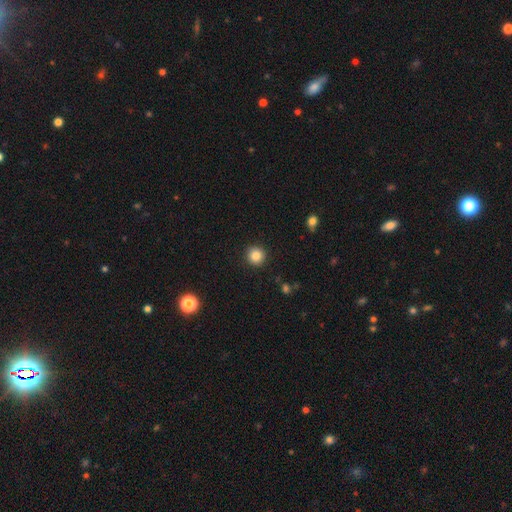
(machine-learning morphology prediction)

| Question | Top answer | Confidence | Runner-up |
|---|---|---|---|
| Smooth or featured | smooth | 85% | star or artifact (11%) |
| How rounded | round | 93% | in between (6%) |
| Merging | none | 91% | minor disturbance (5%) |